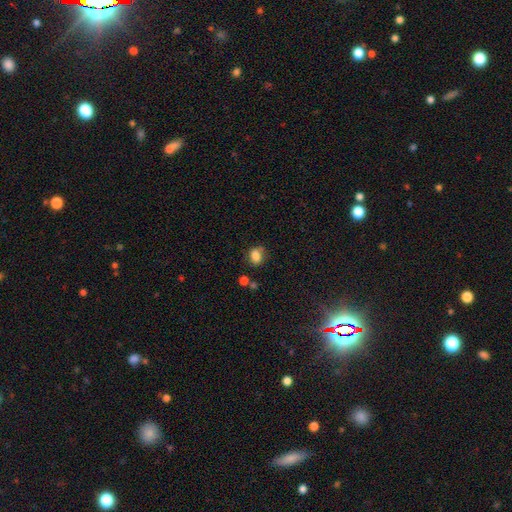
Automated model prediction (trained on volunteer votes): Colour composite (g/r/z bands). It shows a smooth galaxy with no disk features (82%) that is in between round and cigar-shaped (62%). Merging: none (61%).